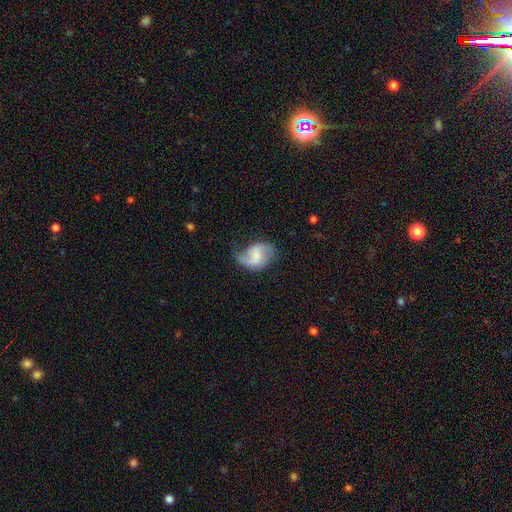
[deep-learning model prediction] Morphology: type=featured or disk (67%); edge-on=no (97%); bar=weak (49%); spiral arms=yes (92%); winding=loose (54%); arm count=2 (79%); bulge=none (35%); merging=none (56%).